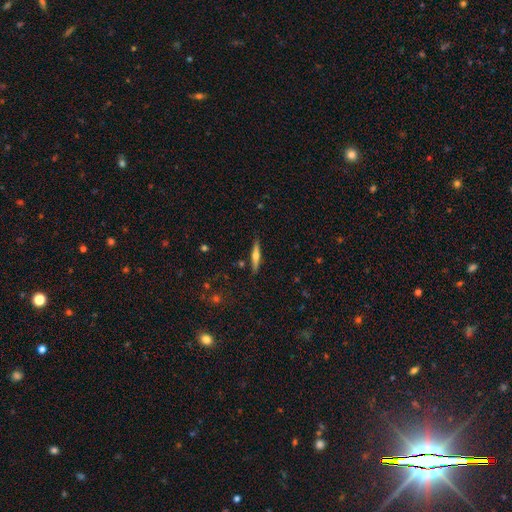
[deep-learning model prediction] Smooth or featured? Predicted: featured or disk (p=0.52). Edge-on disk? Predicted: yes (p=0.96). Merging? Predicted: none (p=0.88).